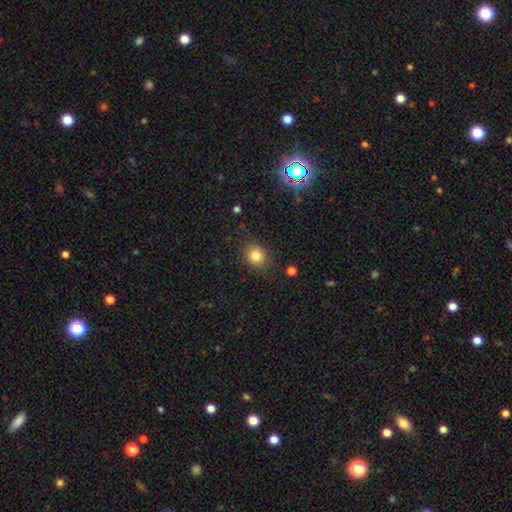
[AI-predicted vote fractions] Overall: smooth (83%). How rounded: round (79%). Merging: none (87%).